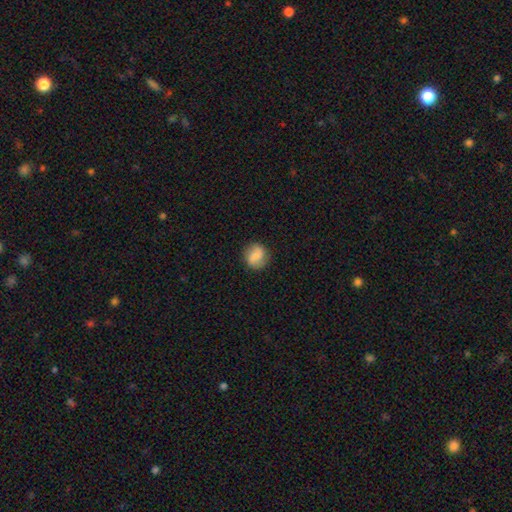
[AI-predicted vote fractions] Smooth or featured? Predicted: smooth (p=0.62). How rounded? Predicted: round (p=0.80). Merging? Predicted: none (p=0.83).